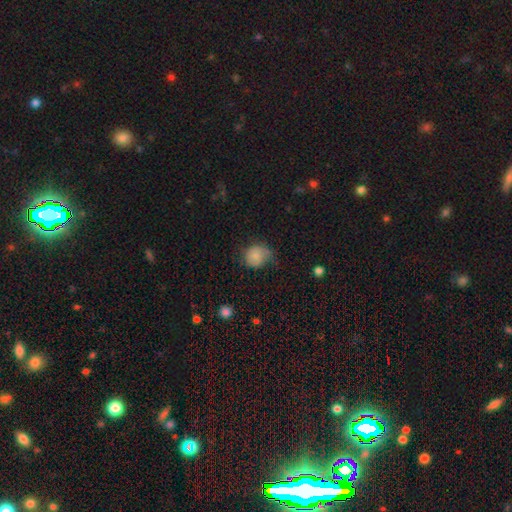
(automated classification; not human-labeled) A smooth galaxy with no disk features (72%) that is round (67%).

Vote fractions:
- Smooth or featured? smooth: 72% / featured or disk: 20% / star or artifact: 8%
- How rounded? round: 67% / in between: 32% / cigar-shaped: 1%
- Merging? none: 43% / minor disturbance: 37% / major disturbance: 18% / merger: 2%